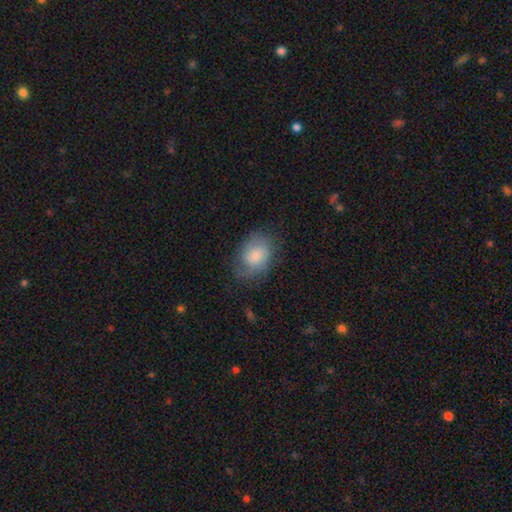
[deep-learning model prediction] A smooth galaxy with no disk features (67%) that is in between round and cigar-shaped (68%).

Vote fractions:
- Smooth or featured? smooth: 67% / featured or disk: 25% / star or artifact: 8%
- How rounded? in between: 68% / round: 31% / cigar-shaped: 1%
- Merging? none: 64% / minor disturbance: 23% / major disturbance: 11% / merger: 1%